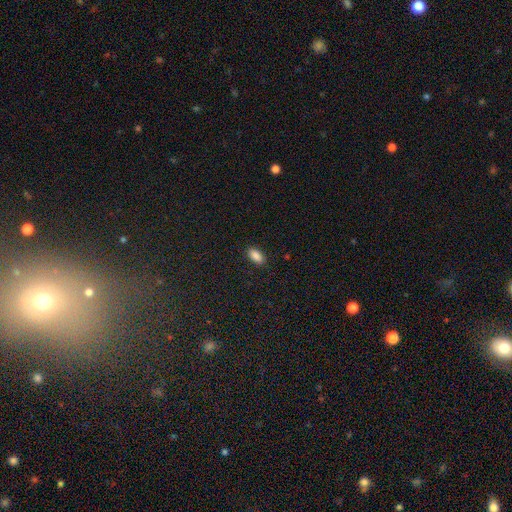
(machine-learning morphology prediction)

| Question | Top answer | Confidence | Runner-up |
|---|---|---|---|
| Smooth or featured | smooth | 88% | star or artifact (8%) |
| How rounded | in between | 92% | cigar-shaped (5%) |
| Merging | none | 88% | minor disturbance (9%) |